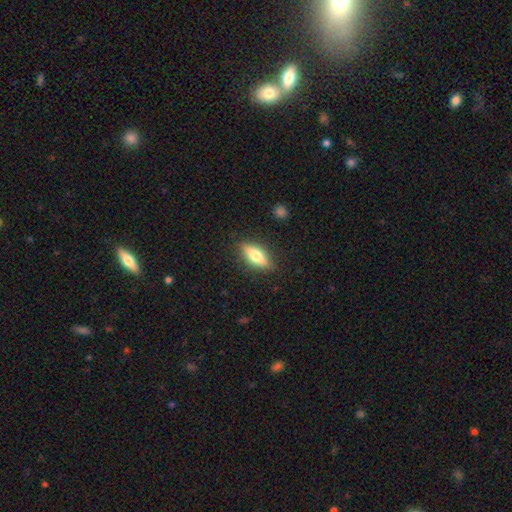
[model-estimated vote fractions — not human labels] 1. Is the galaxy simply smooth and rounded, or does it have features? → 63% smooth, 31% featured or disk, 7% star or artifact.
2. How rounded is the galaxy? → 67% in between, 30% cigar-shaped, 3% round.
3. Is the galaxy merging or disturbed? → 85% none, 11% minor disturbance, 3% major disturbance, 1% merger.